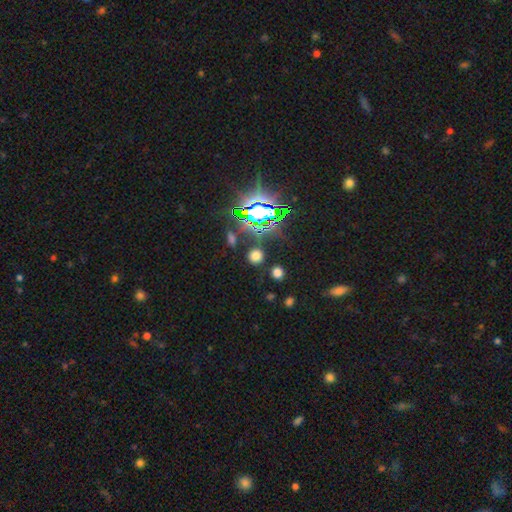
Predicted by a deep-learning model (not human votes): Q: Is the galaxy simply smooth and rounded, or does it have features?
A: smooth — 63%.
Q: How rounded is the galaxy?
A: round — 90%.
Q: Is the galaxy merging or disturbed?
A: none — 85%.